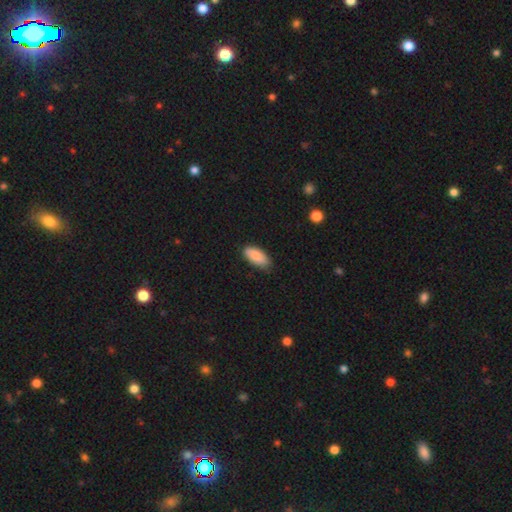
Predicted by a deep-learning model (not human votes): smooth_or_featured: smooth (p=0.88) [alt: star or artifact p=0.06]
how_rounded: in between (p=0.89) [alt: cigar-shaped p=0.09]
merging: none (p=0.78) [alt: minor disturbance p=0.19]